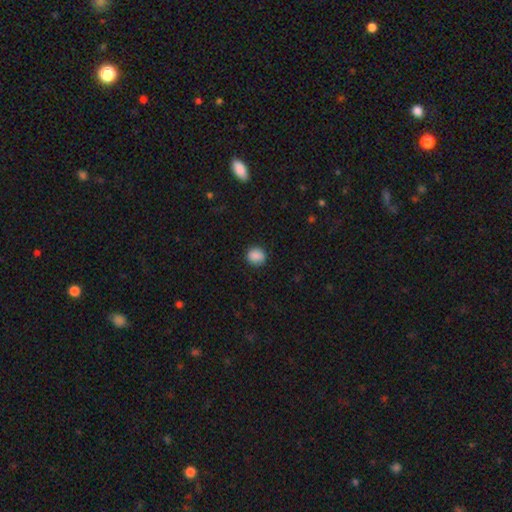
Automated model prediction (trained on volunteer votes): The model was most divided on "how rounded": round: 84%, in between: 15%, cigar-shaped: 1%. More confident: merging — none (88%); smooth or featured — smooth (88%).